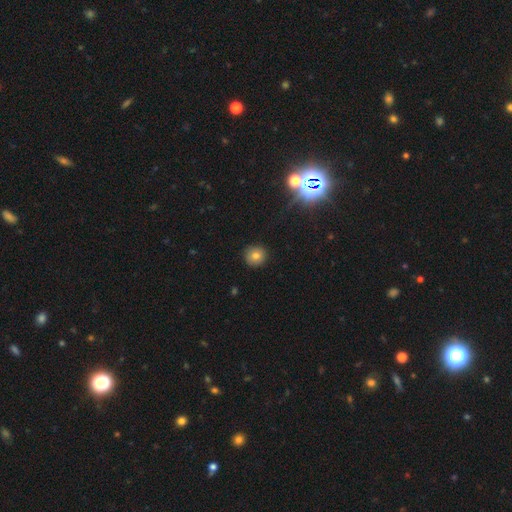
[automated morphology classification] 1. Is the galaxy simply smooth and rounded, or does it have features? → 75% smooth, 15% star or artifact, 9% featured or disk.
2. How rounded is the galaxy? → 92% round, 7% in between, 1% cigar-shaped.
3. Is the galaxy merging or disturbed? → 90% none, 7% minor disturbance, 2% major disturbance, 1% merger.